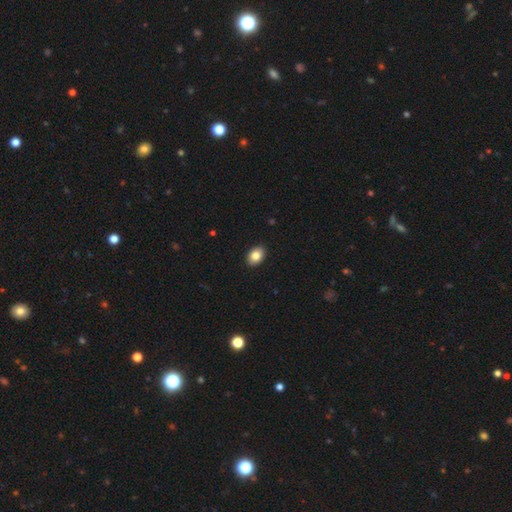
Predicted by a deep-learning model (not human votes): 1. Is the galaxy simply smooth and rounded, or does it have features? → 85% smooth, 8% star or artifact, 8% featured or disk.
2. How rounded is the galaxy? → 83% in between, 16% round, 1% cigar-shaped.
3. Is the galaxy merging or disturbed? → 91% none, 7% minor disturbance, 2% major disturbance, 1% merger.